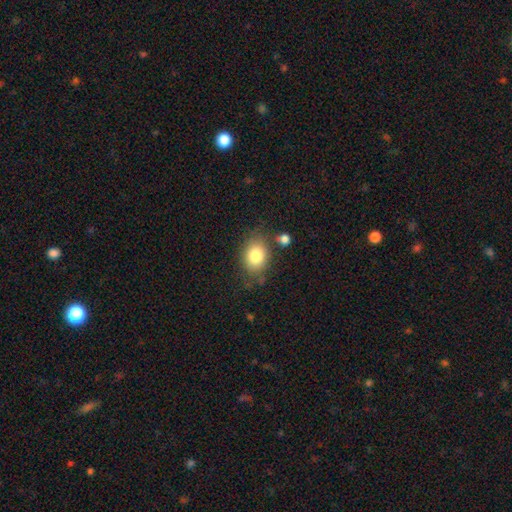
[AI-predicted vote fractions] This appears to be a smooth galaxy with no disk features (81%) that is in between round and cigar-shaped (62%). Merging: none (70%).